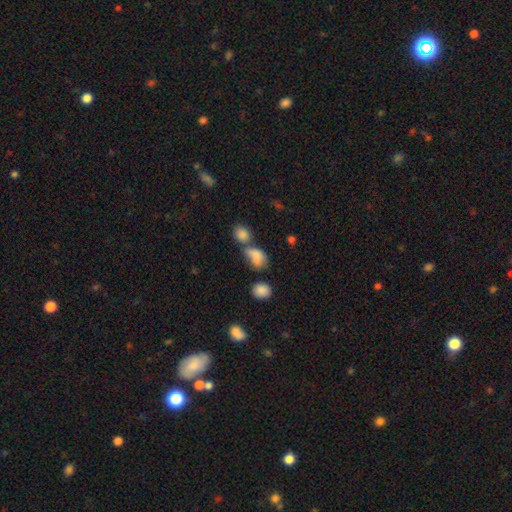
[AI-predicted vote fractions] This is likely a smooth galaxy (77%). How rounded: likely in between (71%). Merging: possibly merger (46%).